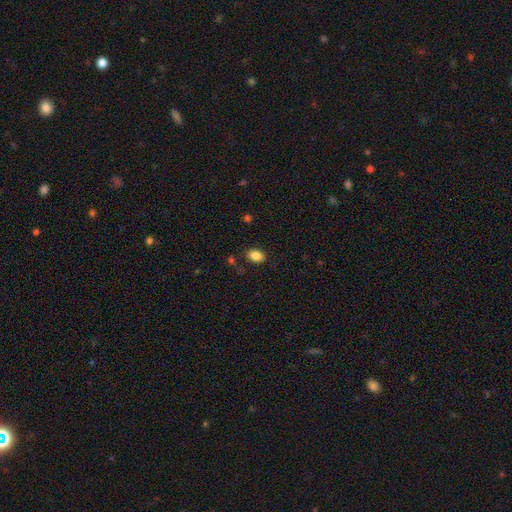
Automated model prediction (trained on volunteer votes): A smooth galaxy with no disk features (86%) that is in between round and cigar-shaped (80%).

Vote fractions:
- Smooth or featured? smooth: 86% / star or artifact: 9% / featured or disk: 5%
- How rounded? in between: 80% / round: 19% / cigar-shaped: 1%
- Merging? none: 85% / minor disturbance: 10% / major disturbance: 3% / merger: 2%